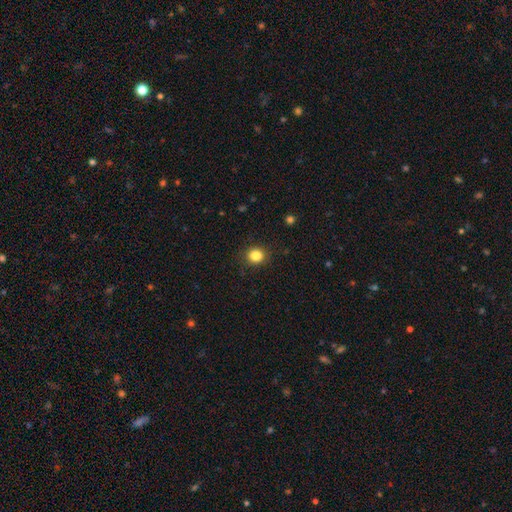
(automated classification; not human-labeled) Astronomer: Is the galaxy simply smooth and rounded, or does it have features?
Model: smooth — 84%.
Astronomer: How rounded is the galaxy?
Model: round — 84%.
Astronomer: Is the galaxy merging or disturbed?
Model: none — 89%.